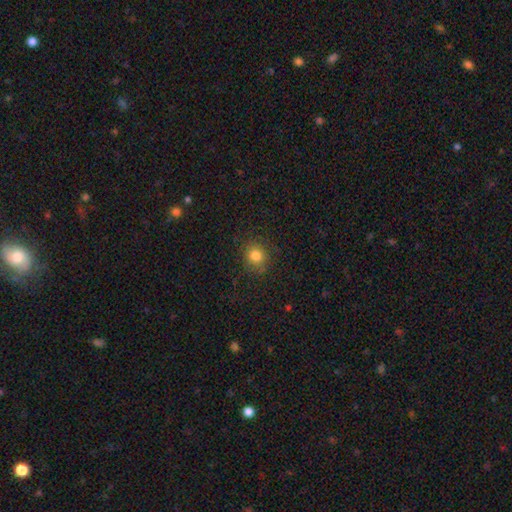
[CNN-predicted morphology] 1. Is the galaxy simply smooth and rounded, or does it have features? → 82% smooth, 12% star or artifact, 6% featured or disk.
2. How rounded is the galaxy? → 83% round, 16% in between, 1% cigar-shaped.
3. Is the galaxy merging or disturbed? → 86% none, 10% minor disturbance, 3% major disturbance, 1% merger.